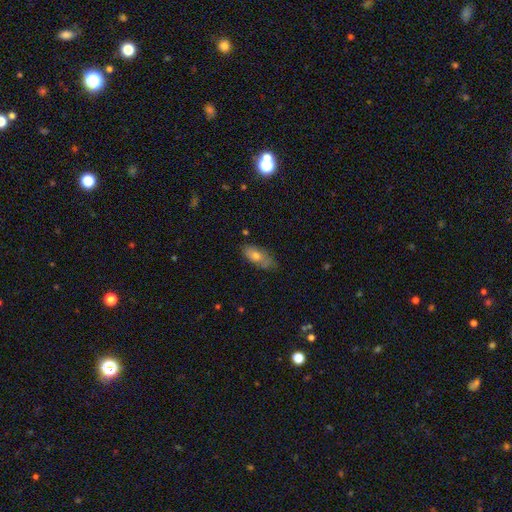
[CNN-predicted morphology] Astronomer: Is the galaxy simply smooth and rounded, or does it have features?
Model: smooth — 64%.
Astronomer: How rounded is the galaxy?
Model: in between — 82%.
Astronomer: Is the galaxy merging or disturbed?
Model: none — 70%.